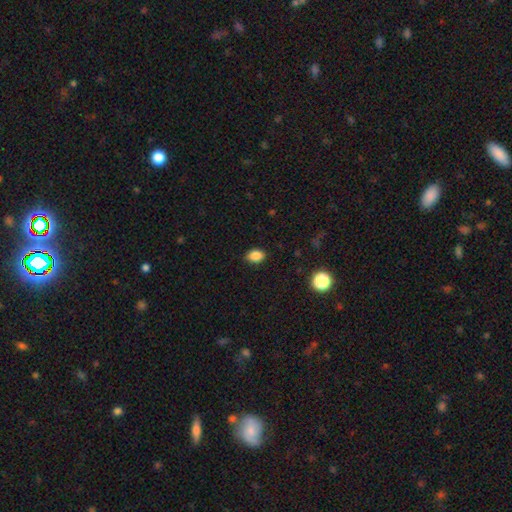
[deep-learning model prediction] This appears to be a smooth galaxy with no disk features (86%) that is in between round and cigar-shaped (75%). Merging: none (87%).